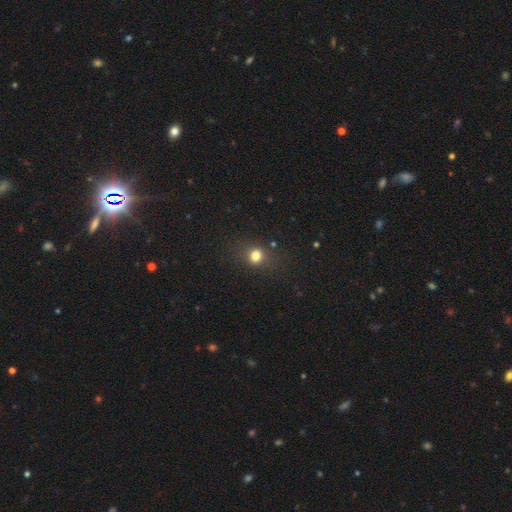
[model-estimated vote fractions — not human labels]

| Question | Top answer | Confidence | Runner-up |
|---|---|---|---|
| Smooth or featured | smooth | 76% | star or artifact (16%) |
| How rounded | round | 71% | in between (28%) |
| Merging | none | 78% | minor disturbance (14%) |